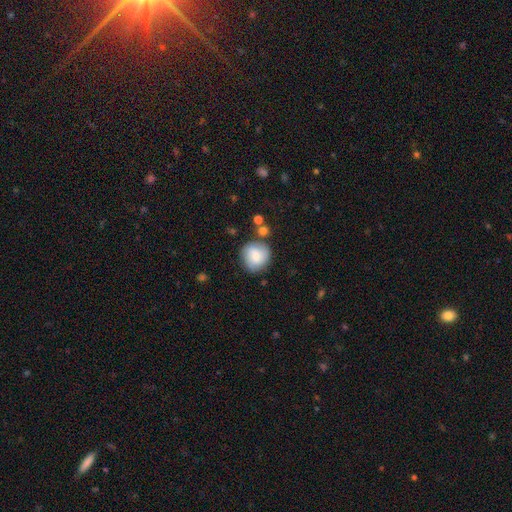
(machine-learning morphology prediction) Smooth or featured: smooth — 78% (featured or disk — 14%)
How rounded: round — 87% (in between — 12%)
Merging: none — 73% (minor disturbance — 16%)